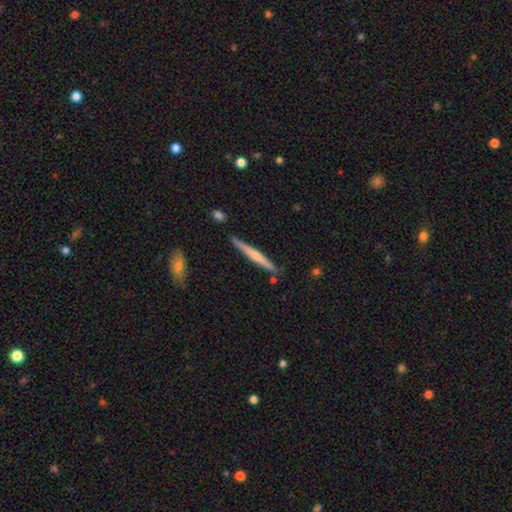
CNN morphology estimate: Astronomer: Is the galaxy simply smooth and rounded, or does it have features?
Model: smooth — 49% (runner-up: featured or disk, 46%).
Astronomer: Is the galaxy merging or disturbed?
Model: none — 87%.